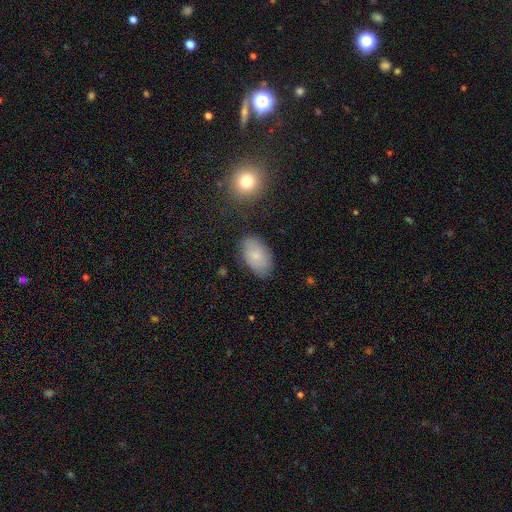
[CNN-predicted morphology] The model was most divided on "smooth or featured": smooth: 78%, featured or disk: 15%, star or artifact: 7%. More confident: how rounded — in between (93%); merging — none (80%).